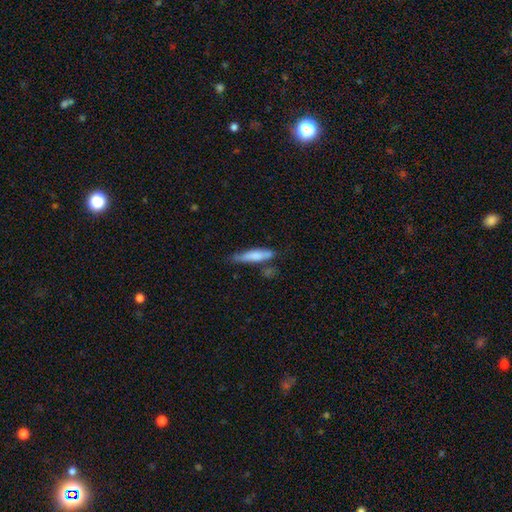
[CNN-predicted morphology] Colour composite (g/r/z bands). It shows a smooth galaxy with no disk features (71%) that is cigar-shaped (81%). Merging: none (61%).